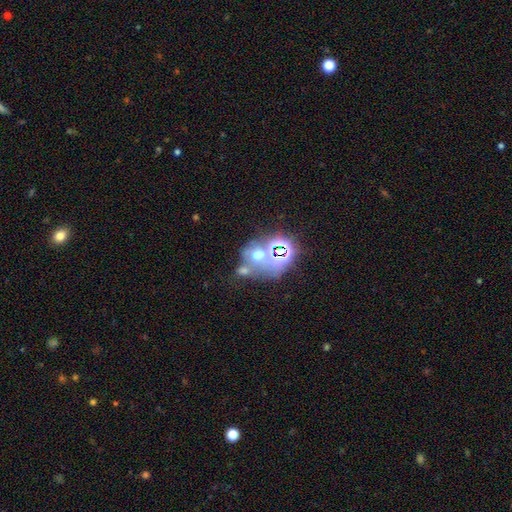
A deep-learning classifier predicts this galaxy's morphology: Q: Smooth or featured?
A: star or artifact (44%); runner-up: smooth (33%)